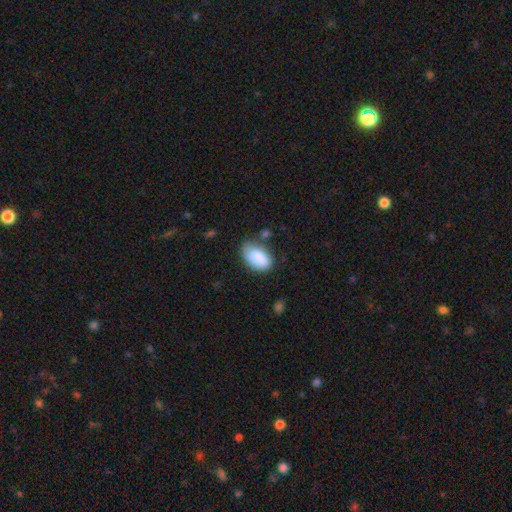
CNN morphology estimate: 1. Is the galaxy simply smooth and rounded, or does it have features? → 84% smooth, 10% featured or disk, 7% star or artifact.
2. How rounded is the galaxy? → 93% in between, 5% round, 2% cigar-shaped.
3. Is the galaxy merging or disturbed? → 61% none, 26% minor disturbance, 7% major disturbance, 6% merger.